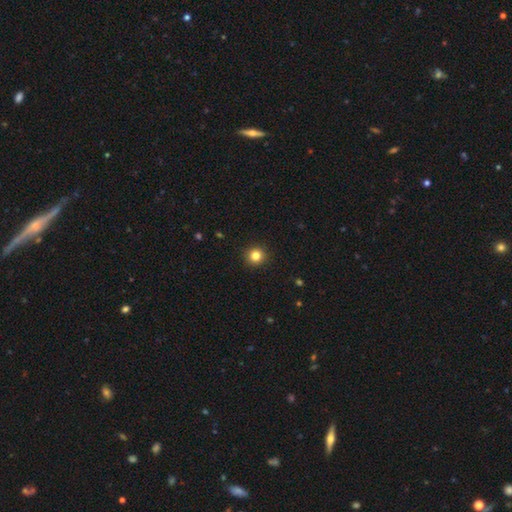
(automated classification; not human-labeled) smooth-or-featured: smooth: 82% | star or artifact: 12% | featured or disk: 5%
  how-rounded: round: 95% | in between: 5% | cigar-shaped: 1%
  merging: none: 93% | minor disturbance: 5% | major disturbance: 2% | merger: 1%